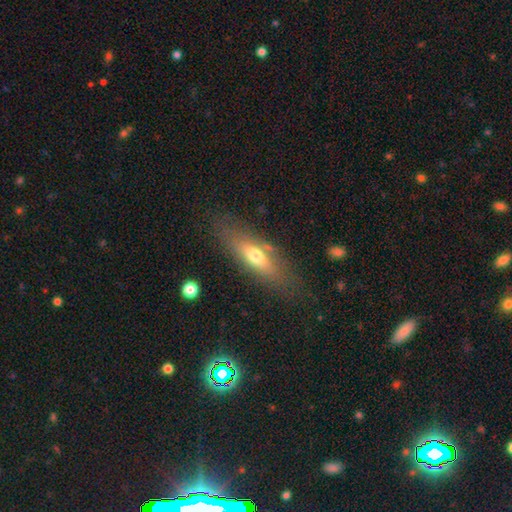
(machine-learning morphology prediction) Smooth or featured: smooth — 57% (featured or disk — 35%)
How rounded: in between — 52% (cigar-shaped — 45%)
Merging: none — 75% (minor disturbance — 15%)